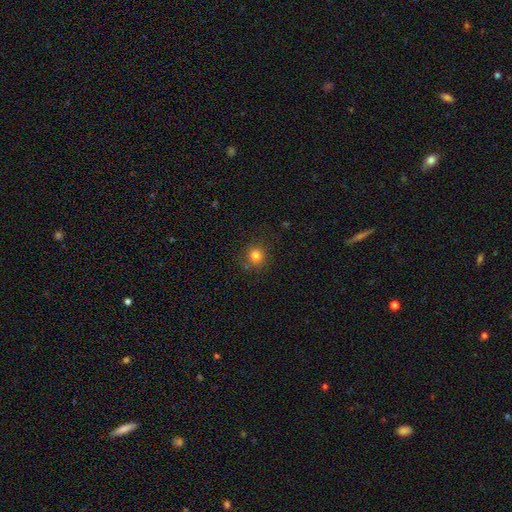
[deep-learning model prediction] smooth_or_featured: smooth (p=0.80) [alt: star or artifact p=0.14]
how_rounded: round (p=0.91) [alt: in between p=0.08]
merging: none (p=0.84) [alt: minor disturbance p=0.10]